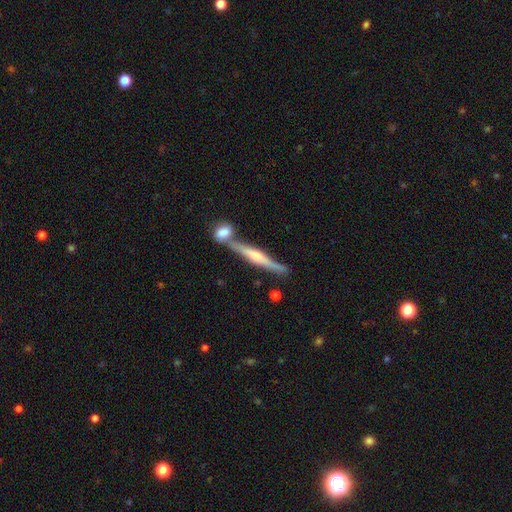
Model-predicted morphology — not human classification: type=featured or disk (72%); edge-on=yes (96%); edge-on bulge=rounded (67%); merging=none (65%).